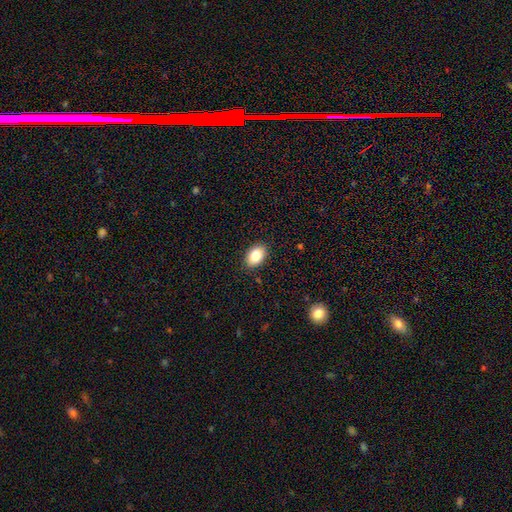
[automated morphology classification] The model was most divided on "how rounded": in between: 85%, round: 14%, cigar-shaped: 1%. More confident: merging — none (88%); smooth or featured — smooth (84%).